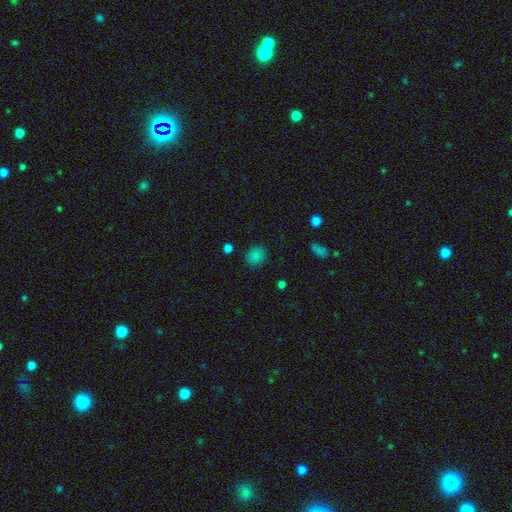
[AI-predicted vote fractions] A smooth galaxy with no disk features (83%) that is round (79%).

Vote fractions:
- Smooth or featured? smooth: 83% / star or artifact: 13% / featured or disk: 4%
- How rounded? round: 79% / in between: 20% / cigar-shaped: 1%
- Merging? none: 85% / minor disturbance: 10% / major disturbance: 3% / merger: 2%